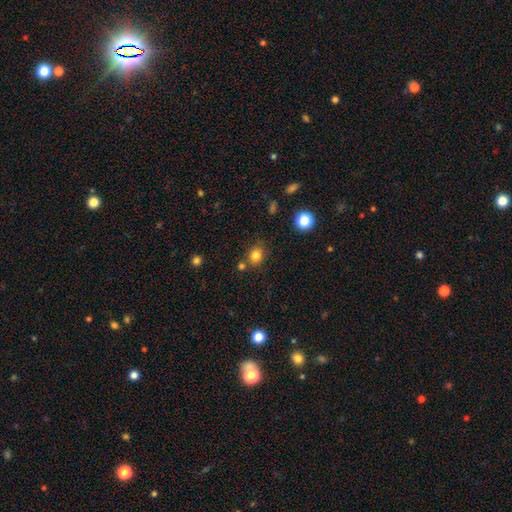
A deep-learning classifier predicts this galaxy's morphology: Smooth or featured?
  - smooth: 81% *
  - star or artifact: 13%
  - featured or disk: 6%
How rounded?
  - round: 64% *
  - in between: 35%
  - cigar-shaped: 1%
Merging?
  - none: 75% *
  - minor disturbance: 12%
  - merger: 10%
  - major disturbance: 3%